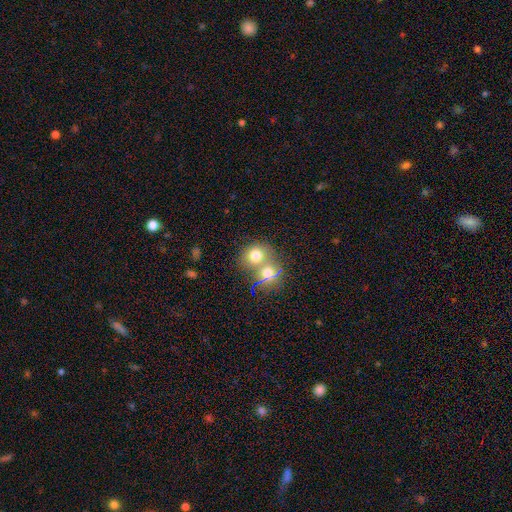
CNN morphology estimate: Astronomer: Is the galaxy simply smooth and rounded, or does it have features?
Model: smooth — 71%.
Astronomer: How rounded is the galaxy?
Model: round — 73%.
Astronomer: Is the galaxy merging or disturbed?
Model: merger — 57% (runner-up: none, 33%).